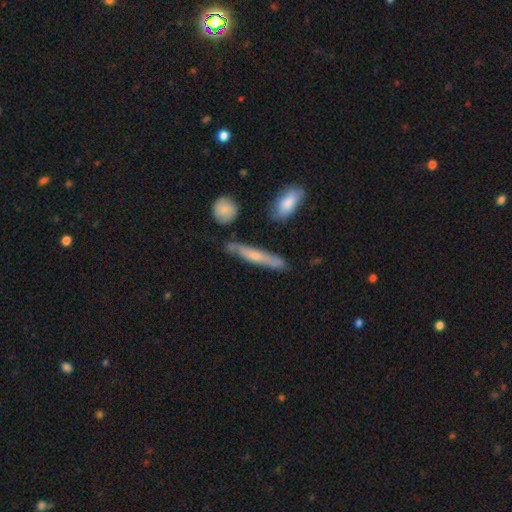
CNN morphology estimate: A smooth galaxy with no disk features (50%) that is cigar-shaped (89%). Merging: none (75%).